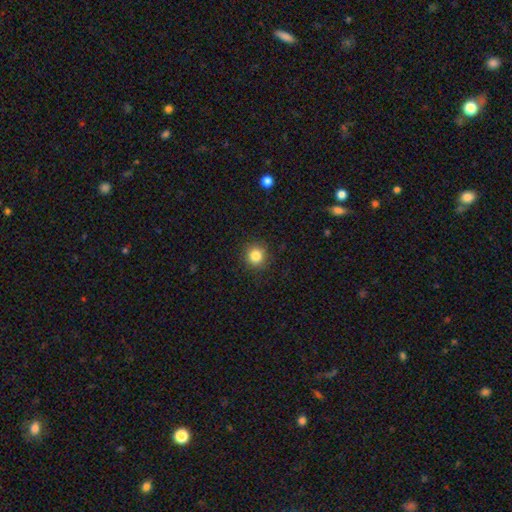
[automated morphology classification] type=smooth (83%); roundness=round (92%); merging=none (90%).